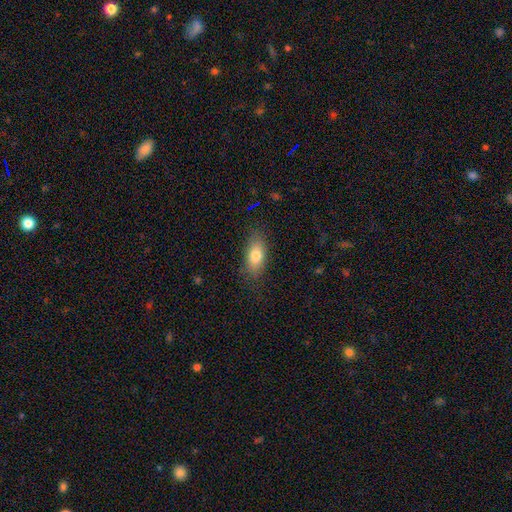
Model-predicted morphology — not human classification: Smooth or featured: smooth — 78% (featured or disk — 14%)
How rounded: in between — 85% (cigar-shaped — 10%)
Merging: none — 81% (minor disturbance — 14%)